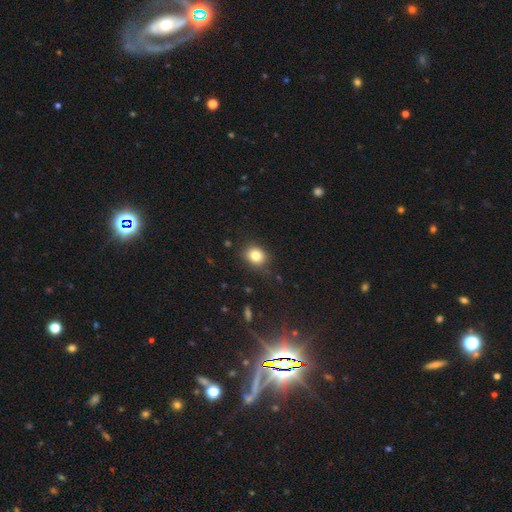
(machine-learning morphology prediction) A smooth galaxy with no disk features (82%) that is round (63%). Merging: none (83%).